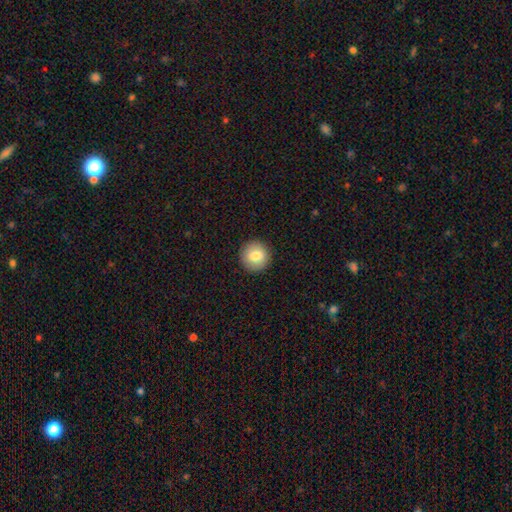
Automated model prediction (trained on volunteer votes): Smooth or featured? smooth (81%)
How rounded? round (94%)
Merging? none (92%)